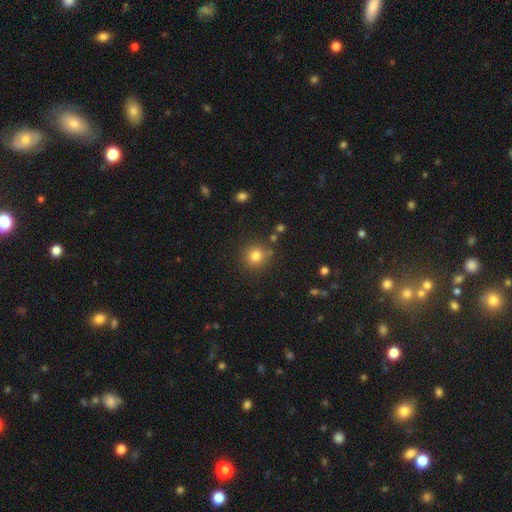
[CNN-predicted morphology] Smooth or featured? smooth (80%)
How rounded? round (92%)
Merging? none (83%)